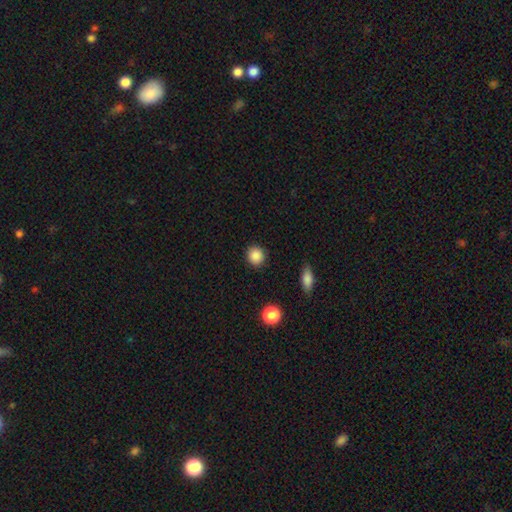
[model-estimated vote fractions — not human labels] The model was most divided on "smooth or featured": smooth: 88%, star or artifact: 9%, featured or disk: 3%. More confident: how rounded — round (90%); merging — none (90%).